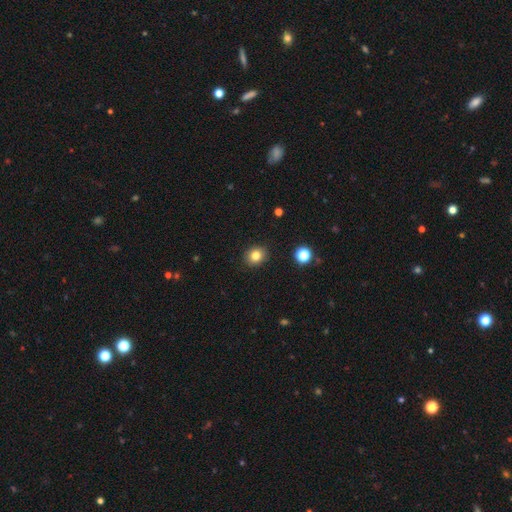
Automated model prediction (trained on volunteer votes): Morphology: type=smooth (81%); roundness=round (69%); merging=none (90%).